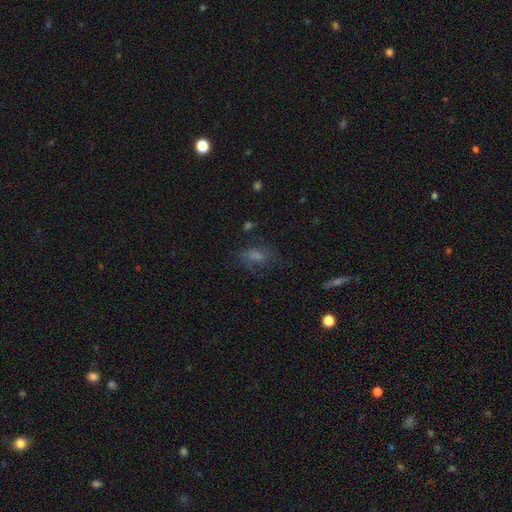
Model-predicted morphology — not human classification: Overall: smooth (67%). How rounded: in between (81%). Merging: none (51%; minor disturbance 24%).